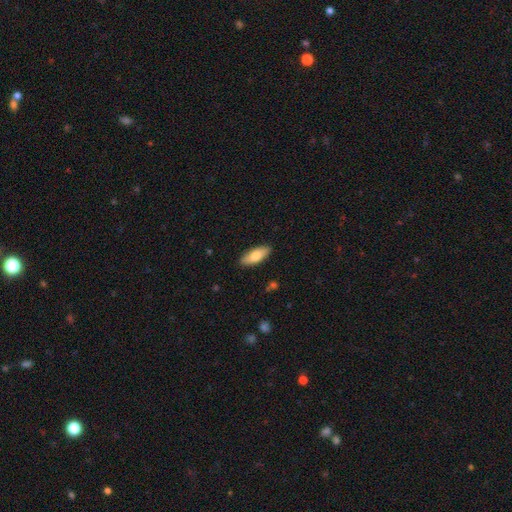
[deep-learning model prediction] A smooth galaxy with no disk features (76%) that is in between round and cigar-shaped (73%).

Vote fractions:
- Smooth or featured? smooth: 76% / featured or disk: 18% / star or artifact: 6%
- How rounded? in between: 73% / cigar-shaped: 25% / round: 2%
- Merging? none: 89% / minor disturbance: 9% / major disturbance: 2% / merger: 1%